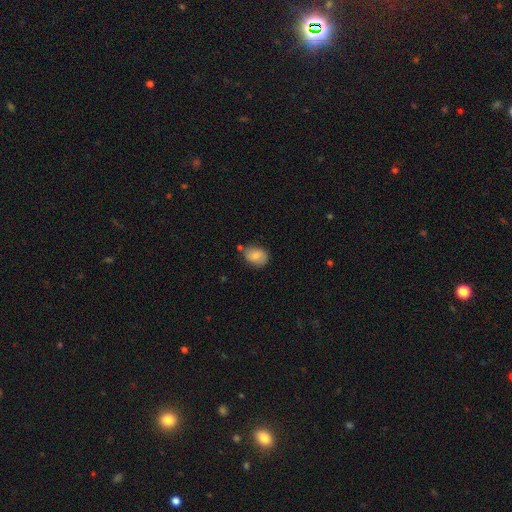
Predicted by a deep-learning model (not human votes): smooth_or_featured: smooth (p=0.78) [alt: featured or disk p=0.14]
how_rounded: in between (p=0.68) [alt: round p=0.30]
merging: none (p=0.68) [alt: minor disturbance p=0.21]